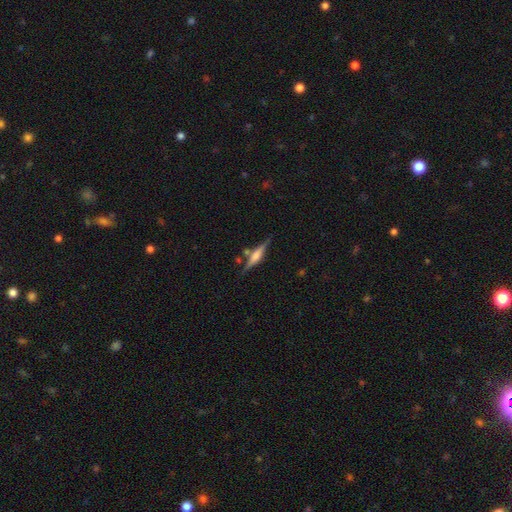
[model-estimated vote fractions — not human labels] Smooth or featured?
  - featured or disk: 70% *
  - smooth: 24%
  - star or artifact: 7%
Edge-on disk?
  - yes: 97% *
  - no: 3%
Edge-on bulge?
  - rounded: 70% *
  - boxy: 23%
  - none: 7%
Merging?
  - none: 79% *
  - minor disturbance: 11%
  - merger: 7%
  - major disturbance: 3%